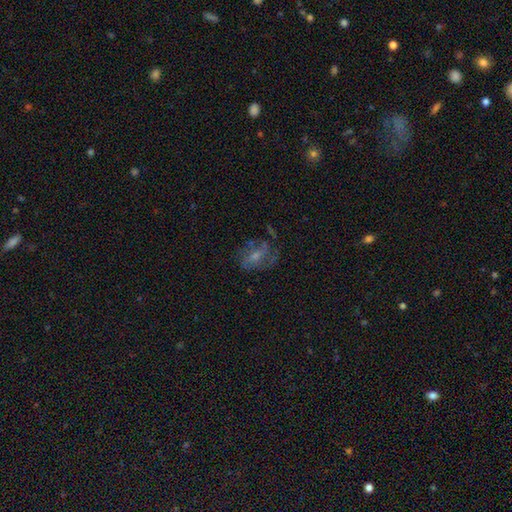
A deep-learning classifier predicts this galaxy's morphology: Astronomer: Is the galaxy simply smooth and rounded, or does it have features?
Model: featured or disk — 59%.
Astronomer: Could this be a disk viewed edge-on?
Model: no — 94%.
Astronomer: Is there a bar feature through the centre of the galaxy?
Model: no — 43% (runner-up: weak, 41%).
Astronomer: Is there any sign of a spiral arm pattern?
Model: yes — 66%.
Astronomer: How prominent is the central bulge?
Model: small — 47% (runner-up: moderate, 37%).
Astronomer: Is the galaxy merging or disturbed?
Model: none — 50%.